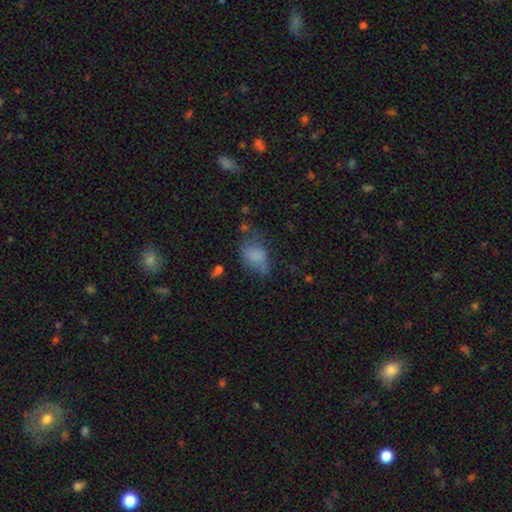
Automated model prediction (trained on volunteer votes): smooth-or-featured: smooth: 76% | featured or disk: 13% | star or artifact: 12%
  how-rounded: in between: 78% | round: 20% | cigar-shaped: 2%
  merging: none: 39% | minor disturbance: 35% | major disturbance: 21% | merger: 5%